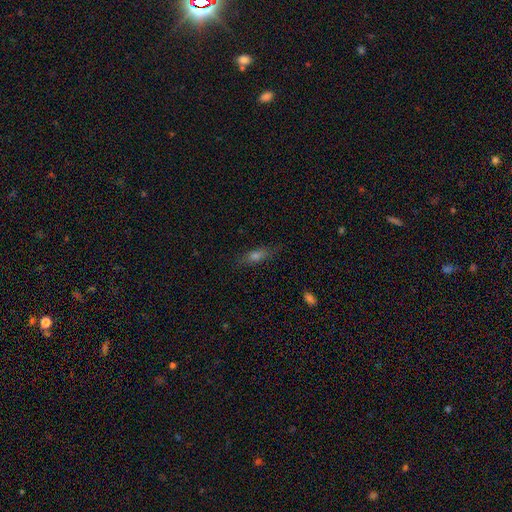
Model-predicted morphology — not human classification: smooth 56%, featured or disk 29%, star or artifact 15%. Down the decision tree: how rounded — cigar-shaped (54%); merging — none (81%).